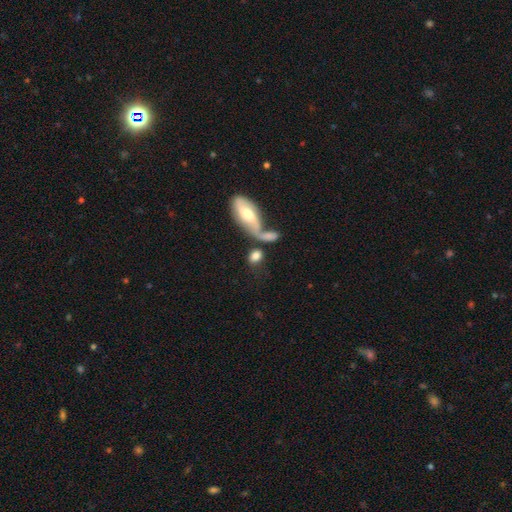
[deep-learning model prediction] The model was most divided on "merging": merger: 42%, none: 34%, minor disturbance: 13%, major disturbance: 11%. More confident: smooth or featured — smooth (72%); how rounded — in between (69%).